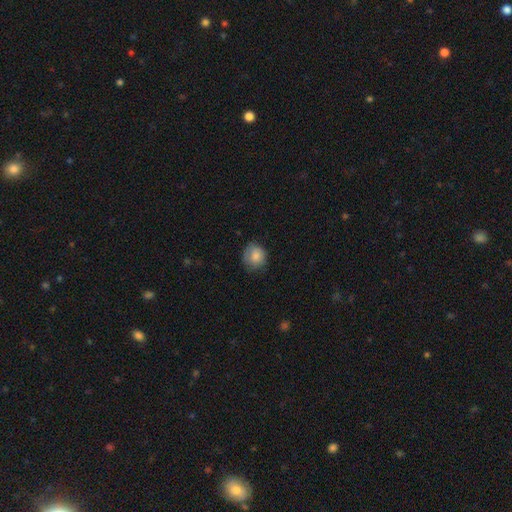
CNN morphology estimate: Smooth or featured? Predicted: smooth (p=0.82). How rounded? Predicted: round (p=0.81). Merging? Predicted: none (p=0.71).